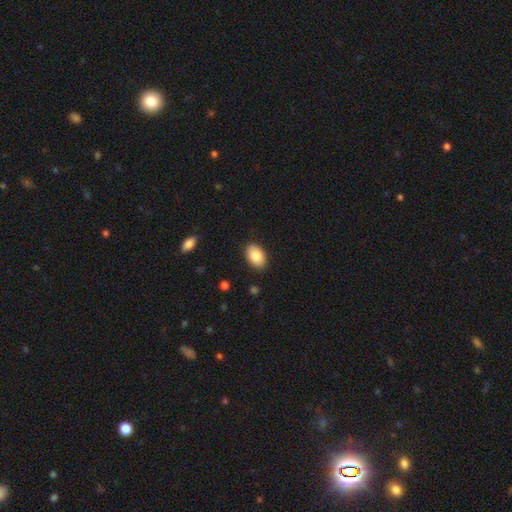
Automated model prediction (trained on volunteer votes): Morphology: type=smooth (86%); roundness=in between (91%); merging=none (88%).